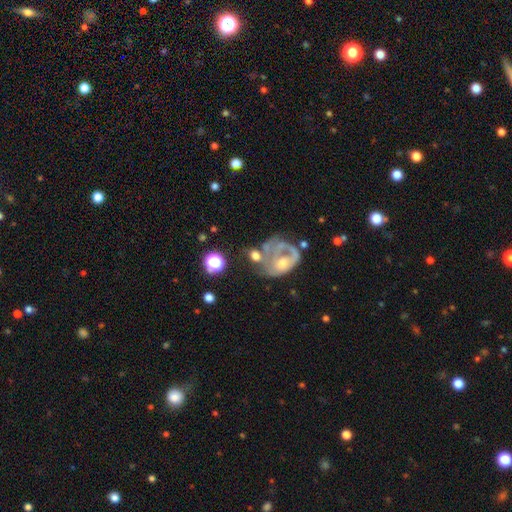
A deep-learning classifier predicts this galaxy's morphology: Smooth or featured? Predicted: featured or disk (p=0.53). Edge-on disk? Predicted: no (p=0.97). Bar? Predicted: no (p=0.83). Spiral arms? Predicted: no (p=0.62). Bulge size? Predicted: moderate (p=0.39). Merging? Predicted: major disturbance (p=0.35).